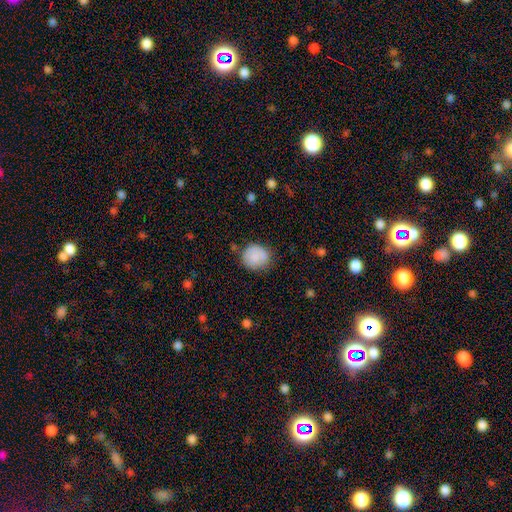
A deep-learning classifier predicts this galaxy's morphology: This appears to be a smooth galaxy with no disk features (83%) that is round (83%). Merging: none (75%).